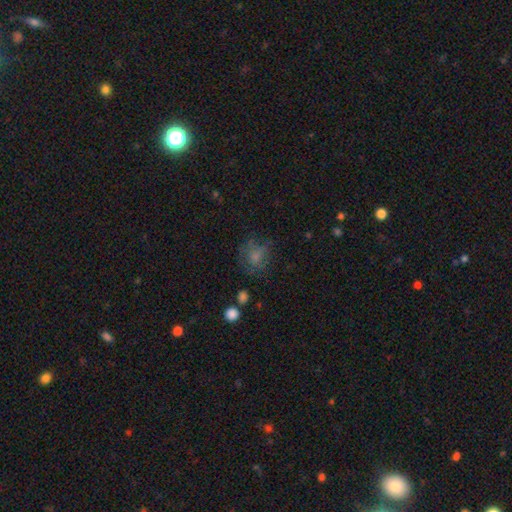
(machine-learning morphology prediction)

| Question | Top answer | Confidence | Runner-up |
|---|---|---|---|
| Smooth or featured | smooth | 65% | featured or disk (20%) |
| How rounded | round | 70% | in between (29%) |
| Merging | none | 57% | minor disturbance (21%) |